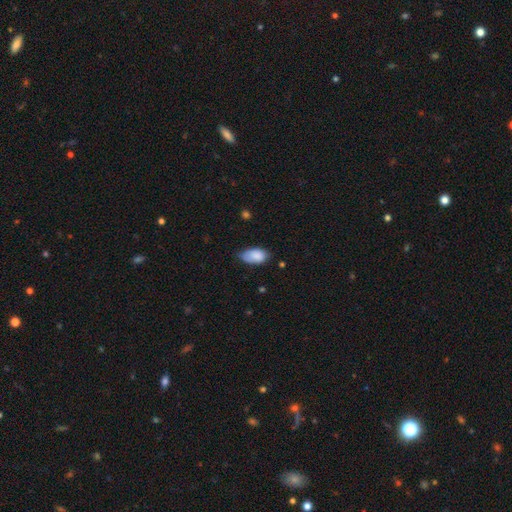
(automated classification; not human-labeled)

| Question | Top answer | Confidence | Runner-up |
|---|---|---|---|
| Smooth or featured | smooth | 86% | featured or disk (8%) |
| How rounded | in between | 94% | round (4%) |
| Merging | none | 59% | minor disturbance (33%) |